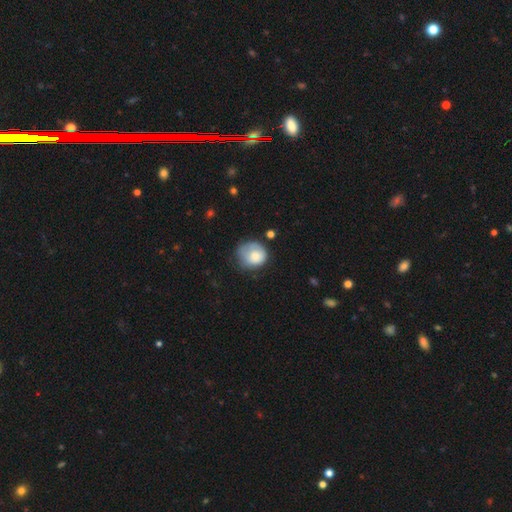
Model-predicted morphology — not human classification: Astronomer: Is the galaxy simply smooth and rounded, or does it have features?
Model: smooth — 73%.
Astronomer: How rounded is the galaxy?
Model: round — 72%.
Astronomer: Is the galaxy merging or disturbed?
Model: none — 42% (runner-up: minor disturbance, 35%).